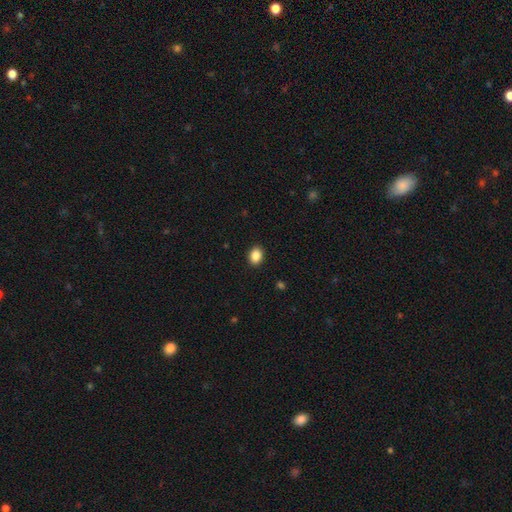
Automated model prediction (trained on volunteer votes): Smooth or featured? Predicted: smooth (p=0.88). How rounded? Predicted: in between (p=0.59). Merging? Predicted: none (p=0.91).